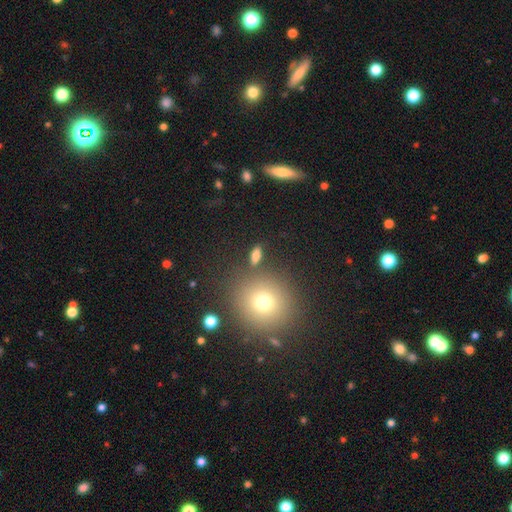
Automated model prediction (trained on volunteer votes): Smooth or featured: smooth — 76% (star or artifact — 14%)
How rounded: in between — 66% (round — 18%)
Merging: none — 80% (minor disturbance — 10%)